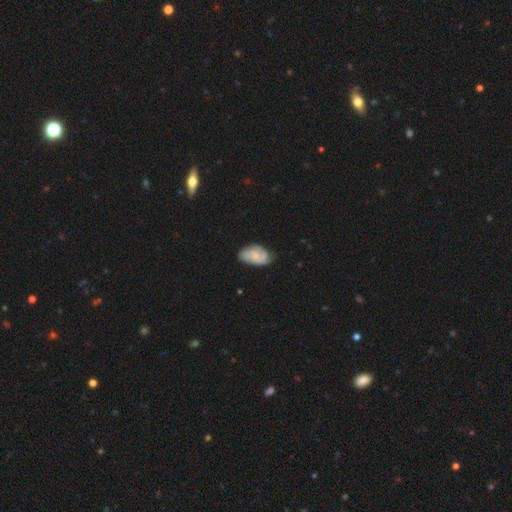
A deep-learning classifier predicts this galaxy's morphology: smooth_or_featured: featured or disk (p=0.49) [alt: smooth p=0.44]
merging: none (p=0.61) [alt: minor disturbance p=0.29]